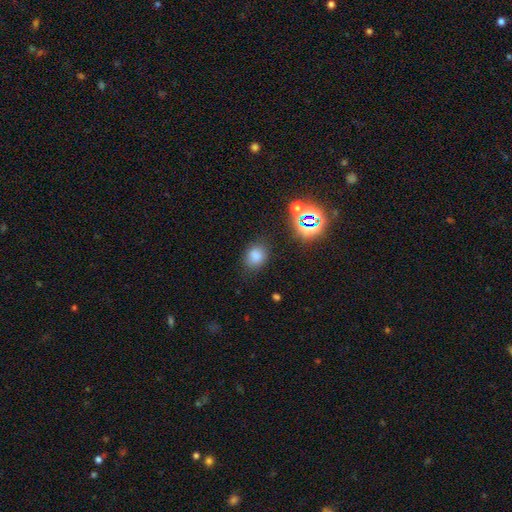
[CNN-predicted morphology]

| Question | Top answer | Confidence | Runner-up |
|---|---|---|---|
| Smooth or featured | smooth | 75% | star or artifact (18%) |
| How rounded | in between | 50% | round (48%) |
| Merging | none | 79% | minor disturbance (14%) |